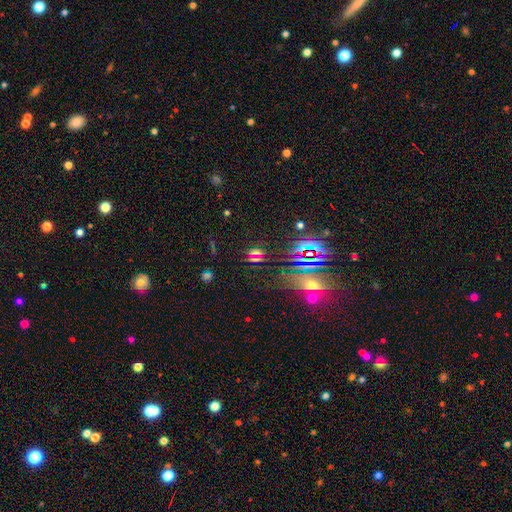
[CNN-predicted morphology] Smooth or featured?
  - star or artifact: 67% *
  - smooth: 22%
  - featured or disk: 11%